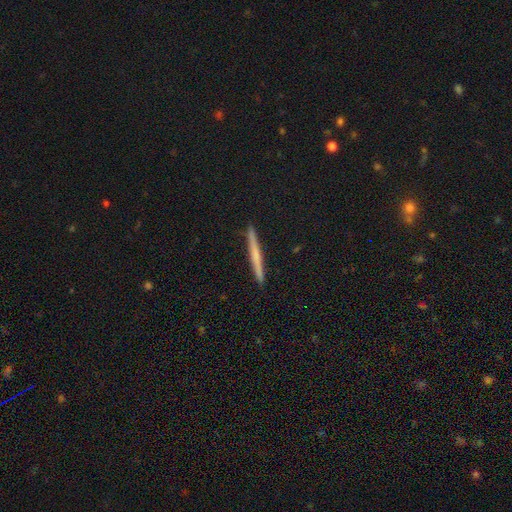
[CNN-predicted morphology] Smooth or featured? smooth (49%)
Merging? none (93%)